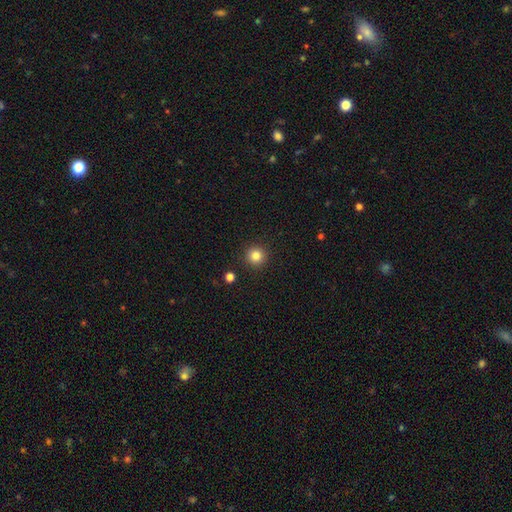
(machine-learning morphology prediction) A smooth galaxy with no disk features (83%) that is round (95%). Merging: none (92%).